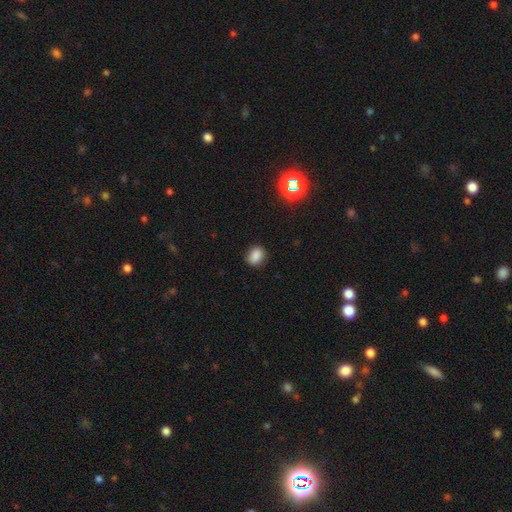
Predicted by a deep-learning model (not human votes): This is clearly a smooth galaxy (85%). How rounded: possibly round (52%). Merging: clearly none (86%).